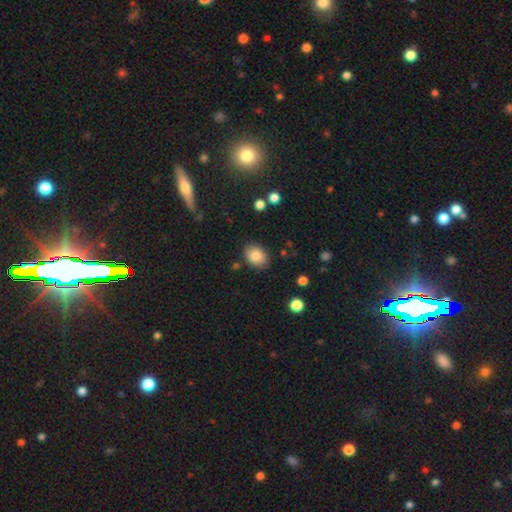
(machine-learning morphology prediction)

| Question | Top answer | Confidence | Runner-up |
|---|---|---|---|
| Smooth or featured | smooth | 83% | star or artifact (9%) |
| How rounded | in between | 68% | round (31%) |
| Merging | none | 85% | minor disturbance (11%) |